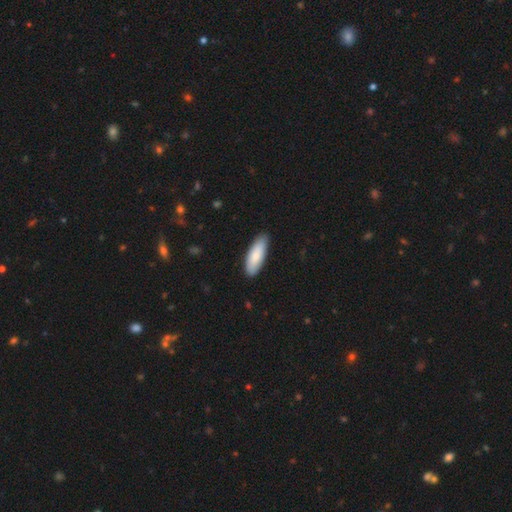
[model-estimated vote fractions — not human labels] Smooth or featured? Predicted: smooth (p=0.84). How rounded? Predicted: in between (p=0.66). Merging? Predicted: none (p=0.86).